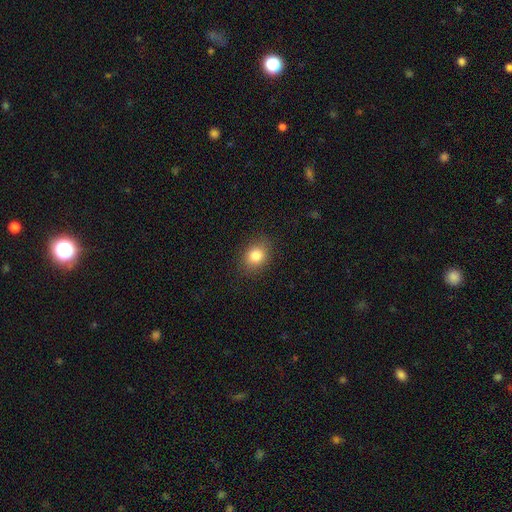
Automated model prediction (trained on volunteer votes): The model was most divided on "how rounded": in between: 54%, round: 45%, cigar-shaped: 1%. More confident: merging — none (87%); smooth or featured — smooth (82%).